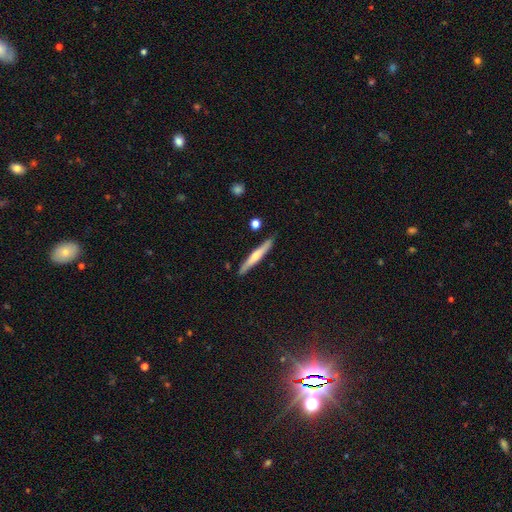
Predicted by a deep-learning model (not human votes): This appears to be a smooth galaxy with no disk features (47%, tied with featured or disk). Merging: none (87%).